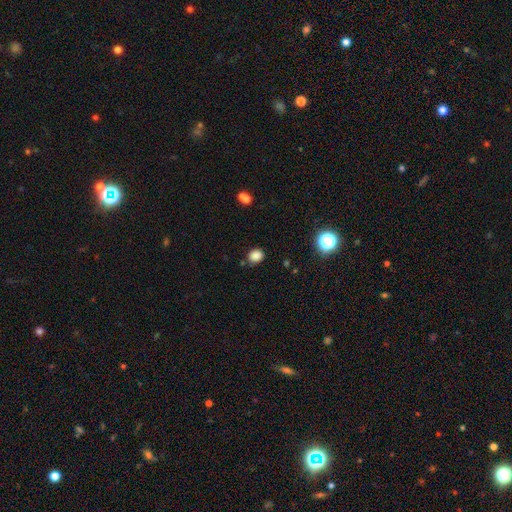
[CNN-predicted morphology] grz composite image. It shows a smooth galaxy with no disk features (84%) that is round (62%). Merging: none (81%).